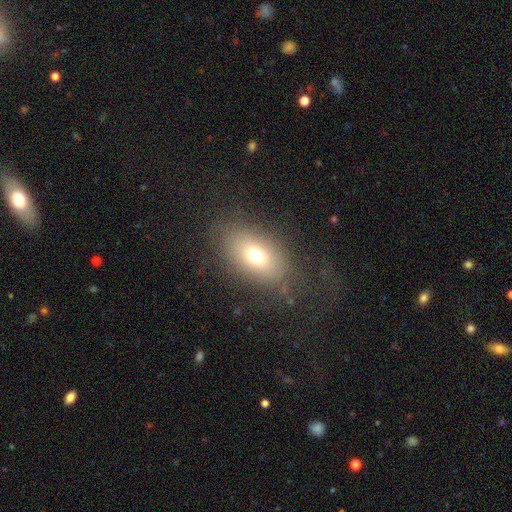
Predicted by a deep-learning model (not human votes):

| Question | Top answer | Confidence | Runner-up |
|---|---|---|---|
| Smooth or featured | smooth | 70% | featured or disk (17%) |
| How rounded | in between | 82% | round (16%) |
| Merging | none | 78% | minor disturbance (13%) |